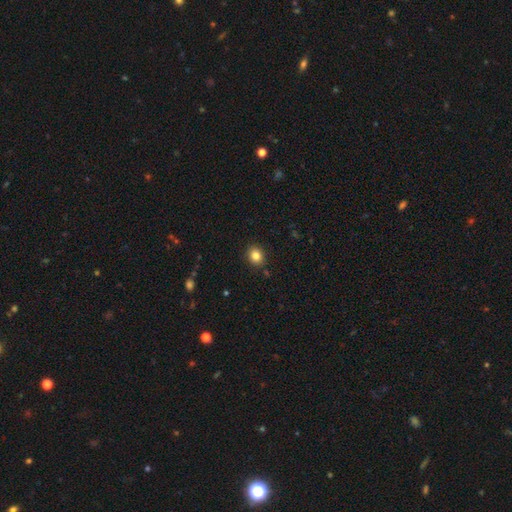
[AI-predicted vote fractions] smooth-or-featured: smooth: 84% | star or artifact: 10% | featured or disk: 5%
  how-rounded: round: 63% | in between: 37% | cigar-shaped: 1%
  merging: none: 89% | minor disturbance: 7% | major disturbance: 2% | merger: 1%